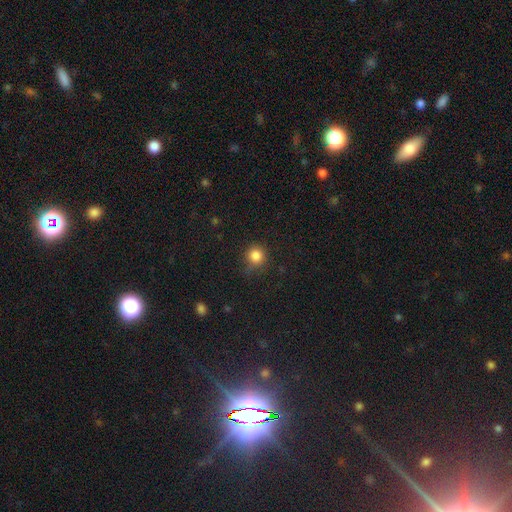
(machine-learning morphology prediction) The model was most divided on "merging": none: 76%, minor disturbance: 17%, major disturbance: 5%, merger: 2%. More confident: how rounded — round (92%); smooth or featured — smooth (83%).